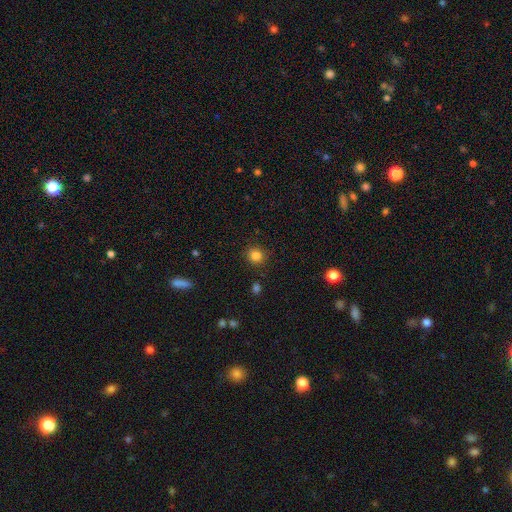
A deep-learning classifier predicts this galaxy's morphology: A smooth galaxy with no disk features (84%) that is round (86%). Merging: none (87%).